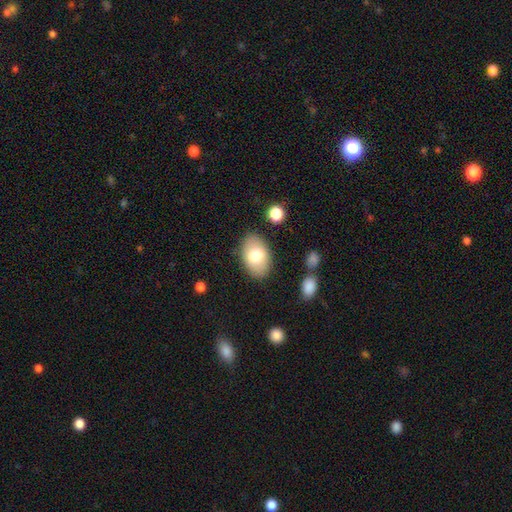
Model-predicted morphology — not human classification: Smooth or featured?
  - smooth: 74% *
  - featured or disk: 19%
  - star or artifact: 7%
How rounded?
  - in between: 89% *
  - round: 10%
  - cigar-shaped: 1%
Merging?
  - none: 85% *
  - minor disturbance: 10%
  - major disturbance: 3%
  - merger: 2%